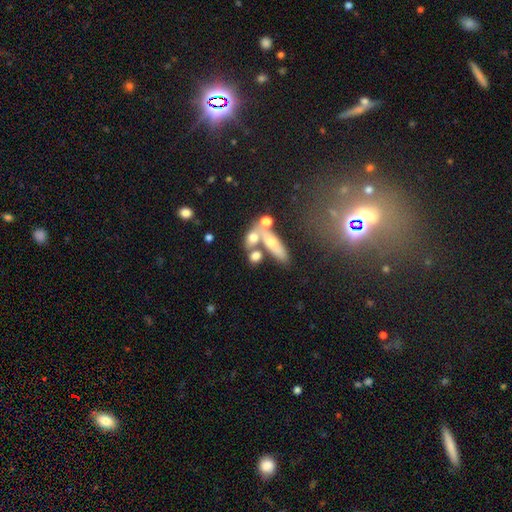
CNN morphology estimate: The model was most divided on "merging": merger: 47%, none: 34%, minor disturbance: 11%, major disturbance: 8%. More confident: smooth or featured — smooth (60%); how rounded — in between (53%).